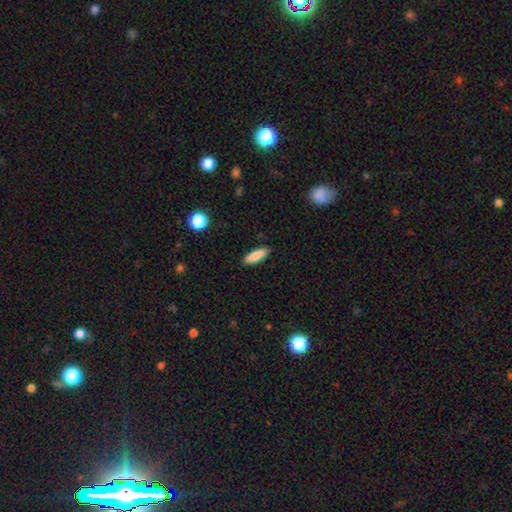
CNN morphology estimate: This appears to be a smooth galaxy with no disk features (88%) that is in between round and cigar-shaped (50%). Merging: none (89%).